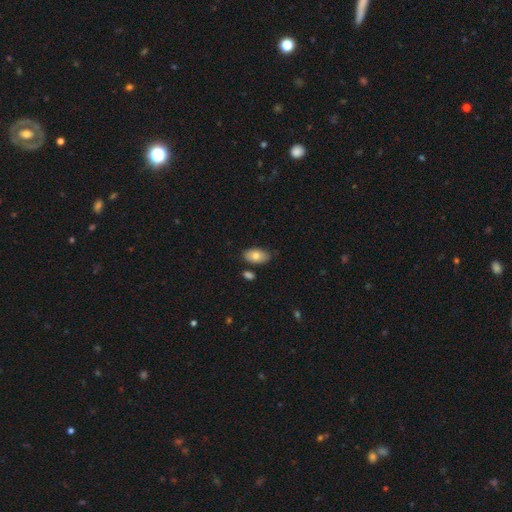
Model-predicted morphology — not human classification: The model was most divided on "smooth or featured": smooth: 77%, featured or disk: 16%, star or artifact: 7%. More confident: how rounded — in between (93%); merging — none (80%).